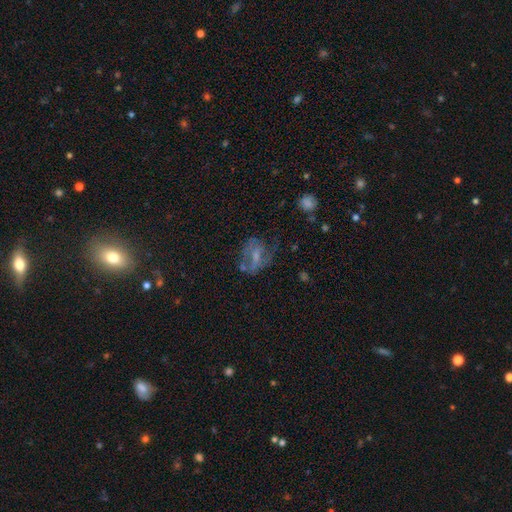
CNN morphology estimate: Q: Smooth or featured?
A: featured or disk (54%); runner-up: smooth (35%)
Q: Edge-on disk?
A: no (96%); runner-up: yes (4%)
Q: Bar?
A: no (45%); runner-up: weak (41%)
Q: Spiral arms?
A: no (53%); runner-up: yes (47%)
Q: Bulge size?
A: small (41%); runner-up: moderate (34%)
Q: Merging?
A: none (39%); runner-up: major disturbance (31%)